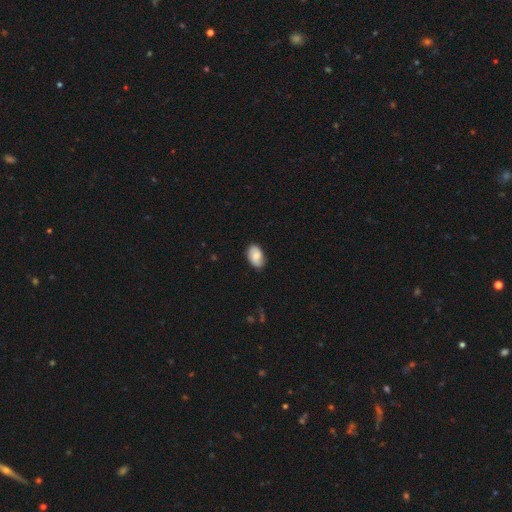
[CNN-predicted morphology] A smooth galaxy with no disk features (71%) that is in between round and cigar-shaped (90%).

Vote fractions:
- Smooth or featured? smooth: 71% / featured or disk: 21% / star or artifact: 7%
- How rounded? in between: 90% / round: 9% / cigar-shaped: 1%
- Merging? none: 79% / minor disturbance: 16% / major disturbance: 3% / merger: 1%